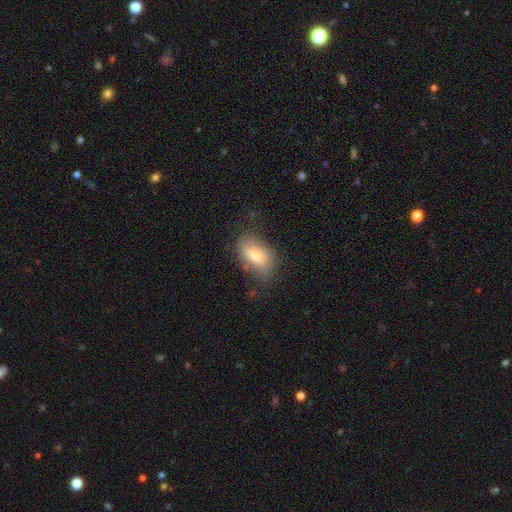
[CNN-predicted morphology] Smooth or featured? smooth (64%)
How rounded? in between (84%)
Merging? none (62%)